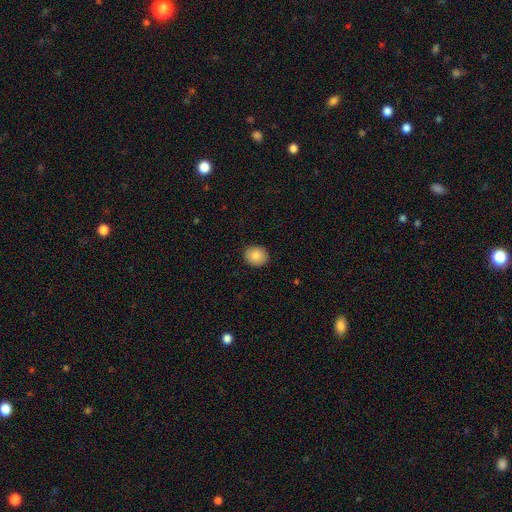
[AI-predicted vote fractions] Smooth or featured? smooth (85%)
How rounded? round (70%)
Merging? none (90%)